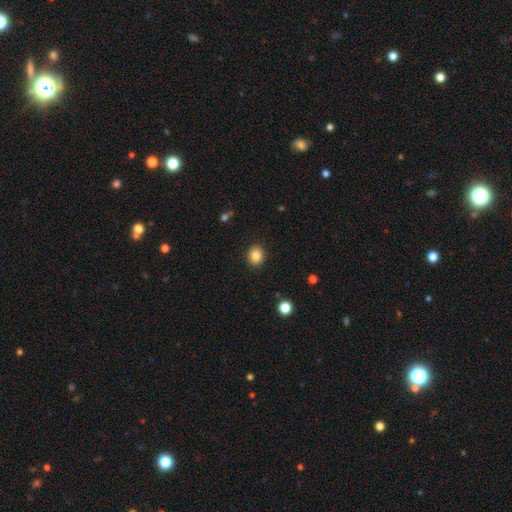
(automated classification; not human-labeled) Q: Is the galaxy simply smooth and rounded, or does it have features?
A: smooth — 84%.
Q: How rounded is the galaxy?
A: round — 75%.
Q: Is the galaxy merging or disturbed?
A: none — 90%.